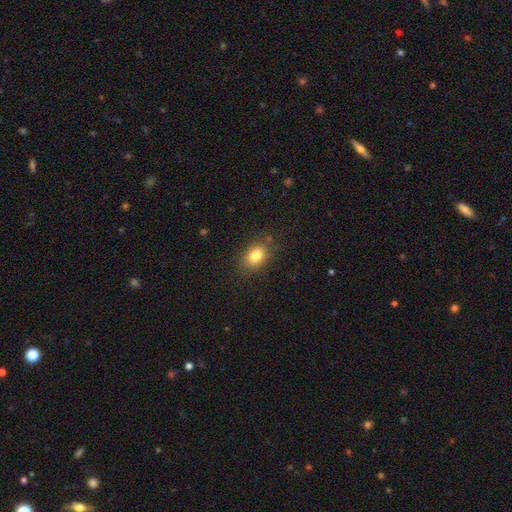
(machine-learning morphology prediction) Smooth or featured?
  - smooth: 81% *
  - star or artifact: 10%
  - featured or disk: 8%
How rounded?
  - in between: 67% *
  - round: 32%
  - cigar-shaped: 1%
Merging?
  - none: 82% *
  - minor disturbance: 13%
  - major disturbance: 3%
  - merger: 2%